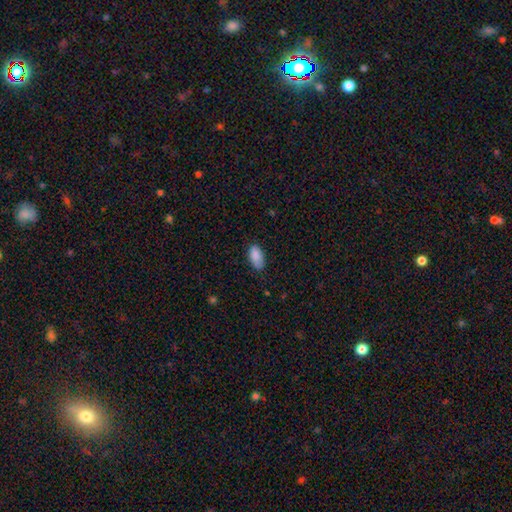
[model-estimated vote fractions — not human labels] Smooth or featured? Predicted: smooth (p=0.88). How rounded? Predicted: in between (p=0.94). Merging? Predicted: none (p=0.76).